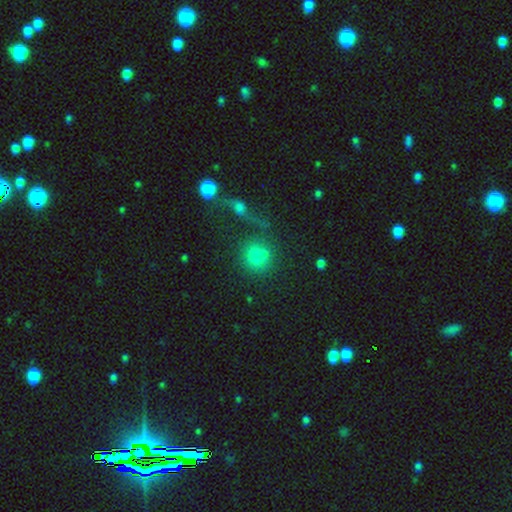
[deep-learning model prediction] smooth 70%, star or artifact 17%, featured or disk 13%. Down the decision tree: how rounded — round (82%); merging — none (52%).